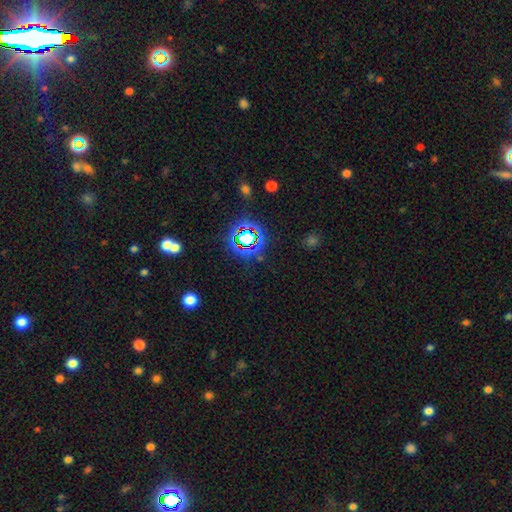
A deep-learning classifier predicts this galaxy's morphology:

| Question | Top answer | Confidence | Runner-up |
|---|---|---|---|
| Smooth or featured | star or artifact | 57% | smooth (32%) |